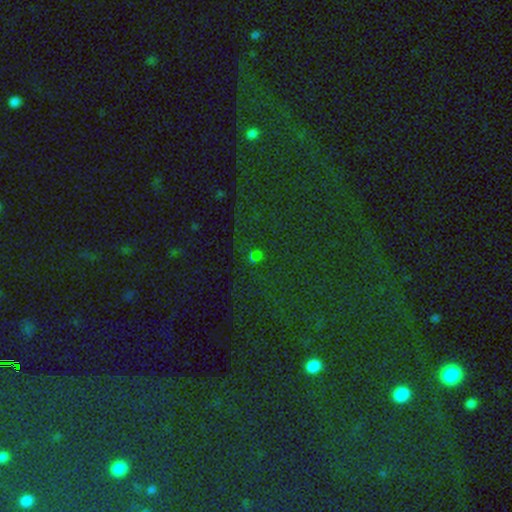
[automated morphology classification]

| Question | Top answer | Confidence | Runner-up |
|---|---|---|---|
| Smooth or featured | star or artifact | 80% | smooth (11%) |